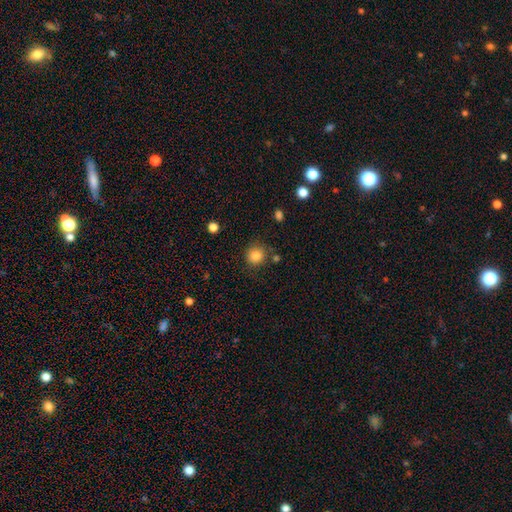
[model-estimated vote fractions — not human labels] Smooth or featured?
  - smooth: 84% *
  - star or artifact: 11%
  - featured or disk: 5%
How rounded?
  - round: 91% *
  - in between: 9%
  - cigar-shaped: 1%
Merging?
  - none: 82% *
  - minor disturbance: 11%
  - merger: 4%
  - major disturbance: 4%